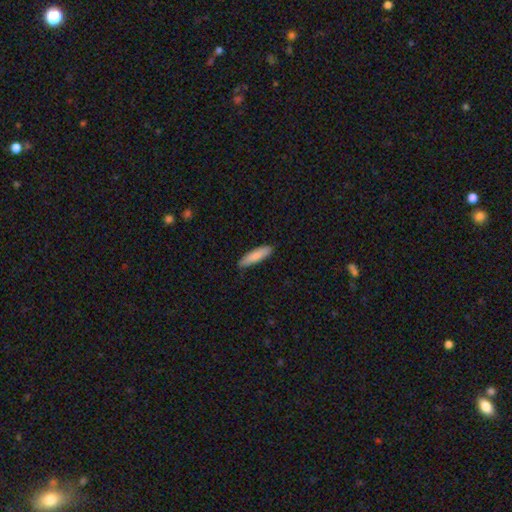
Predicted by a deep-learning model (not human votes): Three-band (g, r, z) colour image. It shows a smooth galaxy with no disk features (84%) that is cigar-shaped (70%). Merging: none (85%).